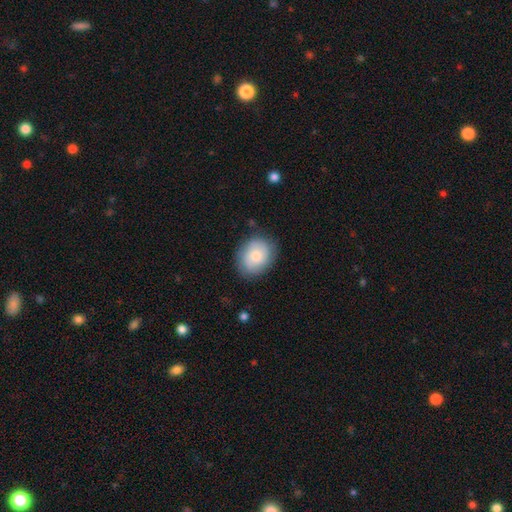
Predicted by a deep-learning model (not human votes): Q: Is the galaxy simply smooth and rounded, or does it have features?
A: smooth — 65%.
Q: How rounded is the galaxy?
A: round — 57%.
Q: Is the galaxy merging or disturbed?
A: none — 81%.